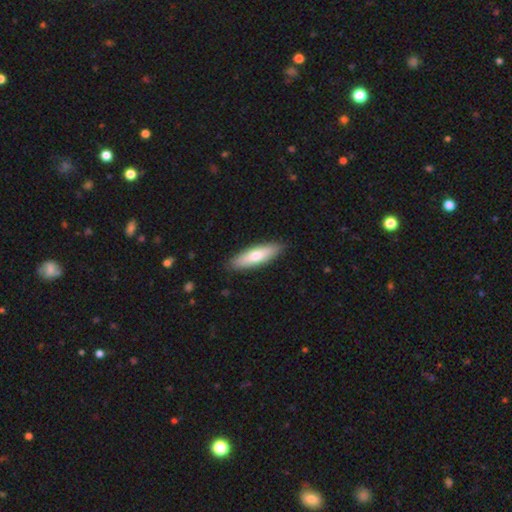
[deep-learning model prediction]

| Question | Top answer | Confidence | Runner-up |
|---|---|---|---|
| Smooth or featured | smooth | 69% | featured or disk (26%) |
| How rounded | cigar-shaped | 54% | in between (44%) |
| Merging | none | 89% | minor disturbance (8%) |